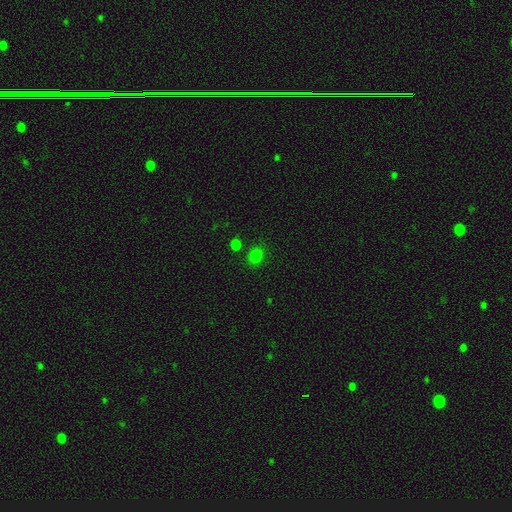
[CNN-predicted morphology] The model was most divided on "how rounded": round: 65%, in between: 34%, cigar-shaped: 1%. More confident: merging — none (82%); smooth or featured — smooth (77%).